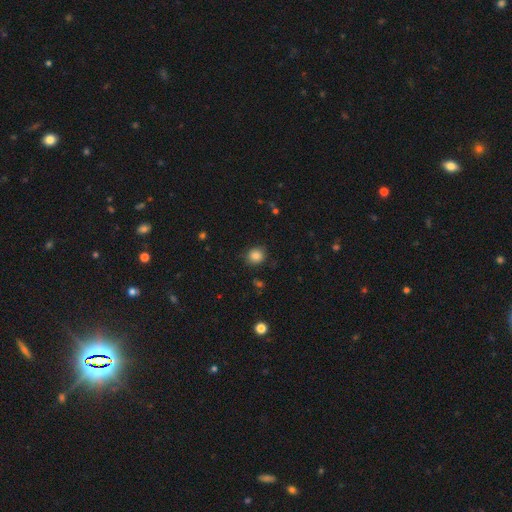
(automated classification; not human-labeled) Morphology: type=smooth (84%); roundness=round (80%); merging=none (86%).